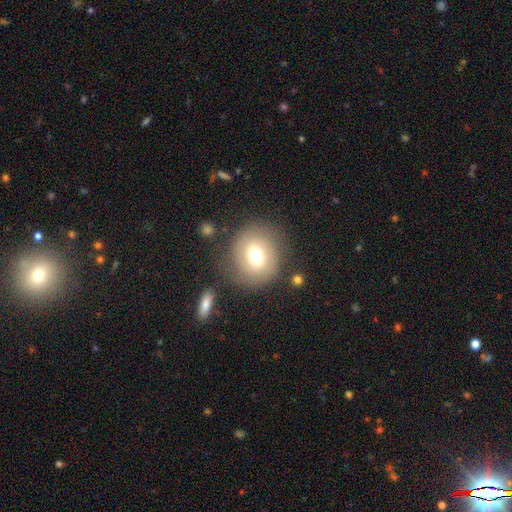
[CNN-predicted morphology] Overall: smooth (59%; featured or disk 31%). How rounded: round (75%). Merging: none (71%).